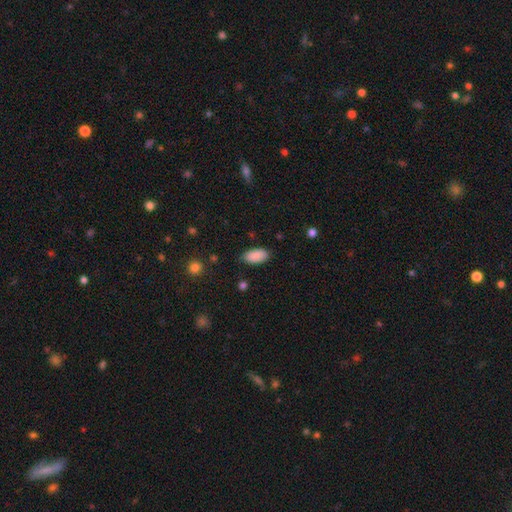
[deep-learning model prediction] A smooth galaxy with no disk features (89%) that is in between round and cigar-shaped (94%).

Vote fractions:
- Smooth or featured? smooth: 89% / star or artifact: 7% / featured or disk: 4%
- How rounded? in between: 94% / cigar-shaped: 4% / round: 2%
- Merging? none: 82% / minor disturbance: 14% / major disturbance: 3% / merger: 1%